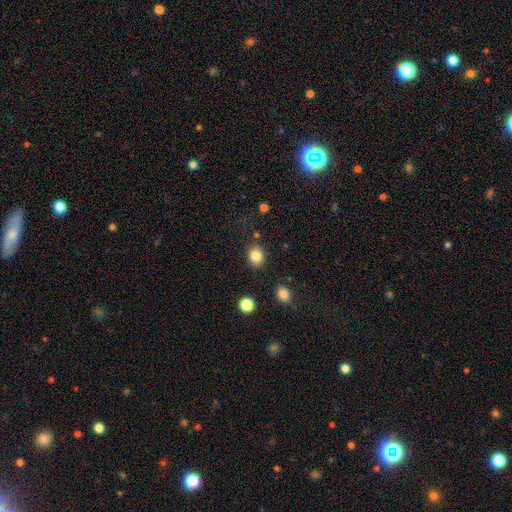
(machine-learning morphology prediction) A smooth galaxy with no disk features (83%) that is round (60%). Merging: none (84%).